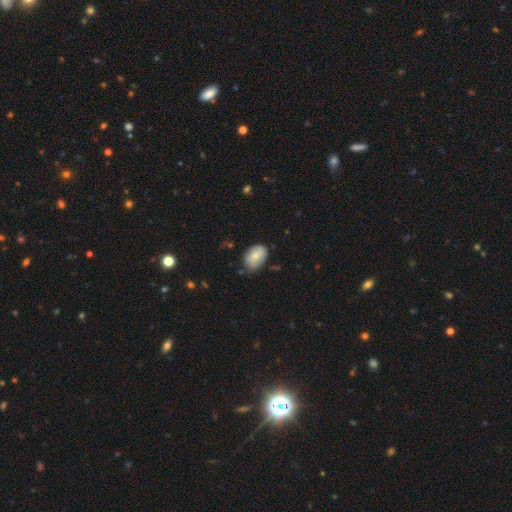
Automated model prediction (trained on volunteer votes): smooth 78%, featured or disk 15%, star or artifact 7%. Down the decision tree: how rounded — in between (83%); merging — none (64%).